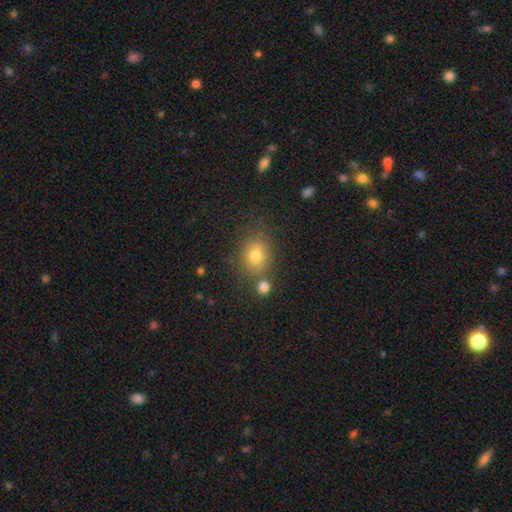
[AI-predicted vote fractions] A smooth galaxy with no disk features (74%) that is round (60%). Merging: none (67%).